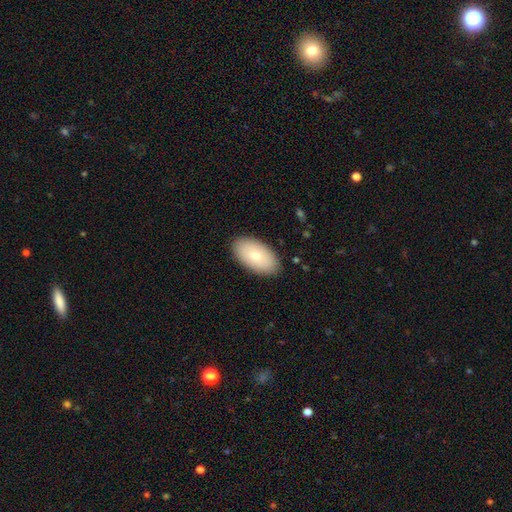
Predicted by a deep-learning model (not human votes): Smooth or featured: smooth — 77% (featured or disk — 17%)
How rounded: in between — 96% (round — 3%)
Merging: none — 89% (minor disturbance — 9%)